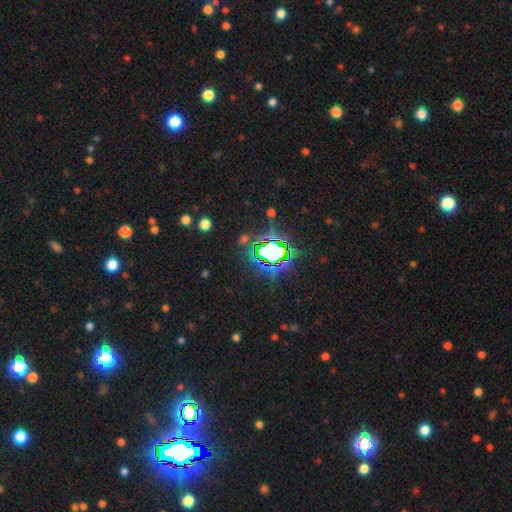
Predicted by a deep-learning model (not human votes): smooth-or-featured: star or artifact: 83% | smooth: 11% | featured or disk: 7%